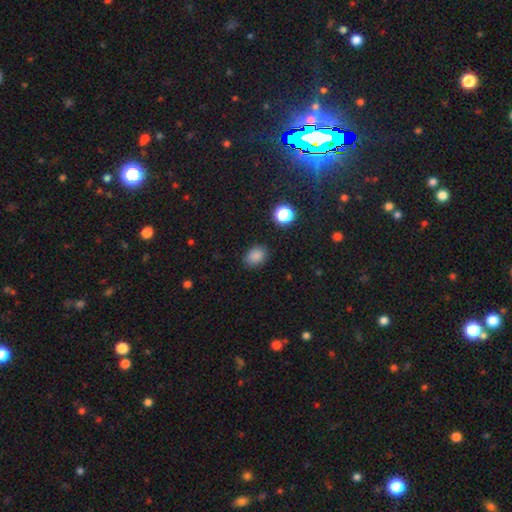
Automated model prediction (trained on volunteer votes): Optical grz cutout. It shows a smooth galaxy with no disk features (84%) that is in between round and cigar-shaped (62%). Merging: none (85%).